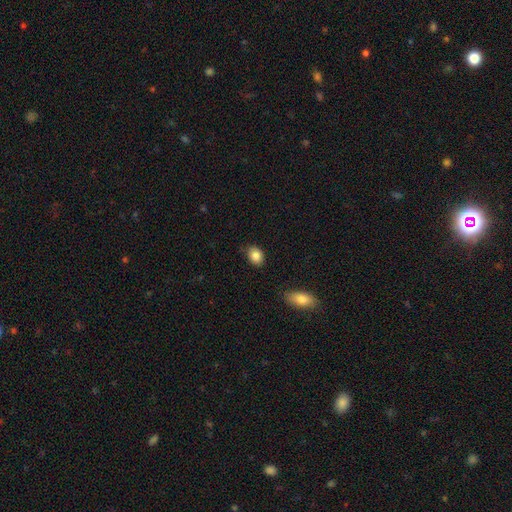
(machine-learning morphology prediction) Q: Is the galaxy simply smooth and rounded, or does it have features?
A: smooth — 85%.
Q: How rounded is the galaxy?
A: in between — 70%.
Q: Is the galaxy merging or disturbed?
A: none — 84%.